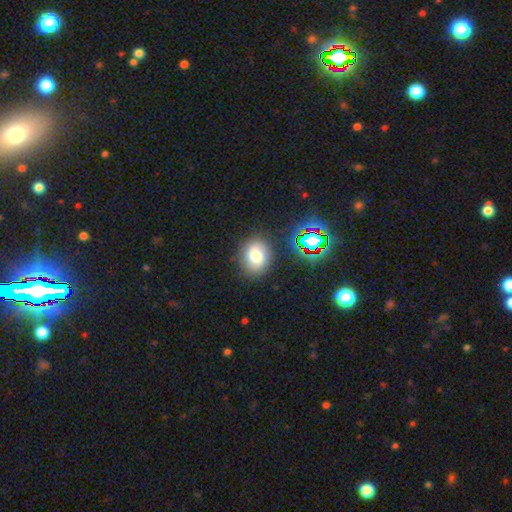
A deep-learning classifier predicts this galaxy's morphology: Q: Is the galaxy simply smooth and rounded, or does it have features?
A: smooth — 67%.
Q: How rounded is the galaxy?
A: round — 52%.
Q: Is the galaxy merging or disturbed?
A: none — 81%.